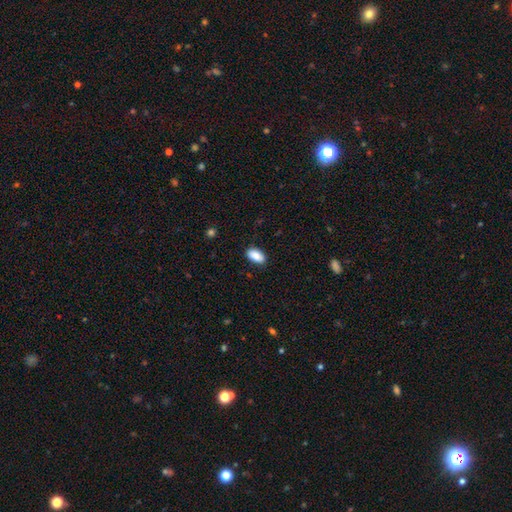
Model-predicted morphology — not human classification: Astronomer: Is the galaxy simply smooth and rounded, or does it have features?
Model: smooth — 89%.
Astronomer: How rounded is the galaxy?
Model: in between — 93%.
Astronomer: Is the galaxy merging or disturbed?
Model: none — 86%.